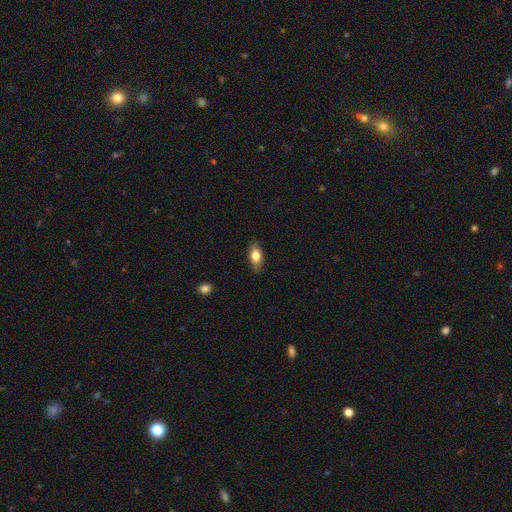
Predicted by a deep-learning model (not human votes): This appears to be a smooth galaxy with no disk features (76%) that is in between round and cigar-shaped (82%). Merging: none (84%).